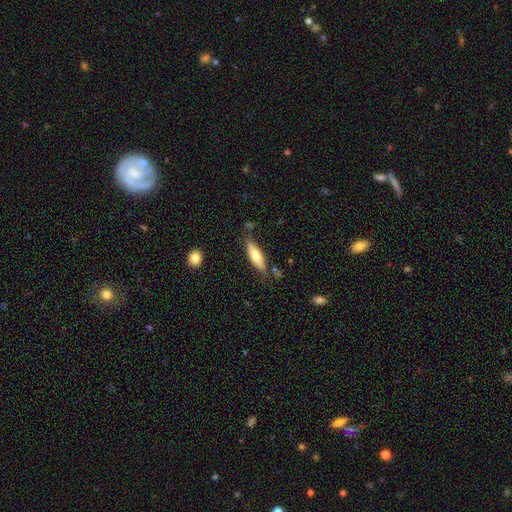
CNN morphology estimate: Smooth or featured? smooth (63%)
How rounded? cigar-shaped (52%)
Merging? none (74%)